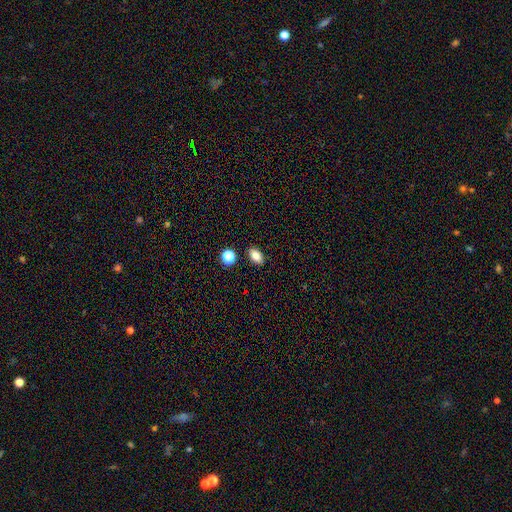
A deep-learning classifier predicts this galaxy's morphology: Smooth or featured? Predicted: smooth (p=0.80). How rounded? Predicted: in between (p=0.86). Merging? Predicted: none (p=0.86).